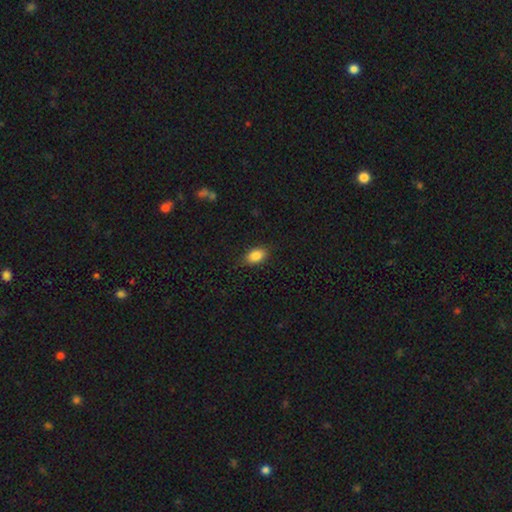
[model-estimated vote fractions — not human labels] Smooth or featured?
  - smooth: 86% *
  - star or artifact: 8%
  - featured or disk: 6%
How rounded?
  - in between: 88% *
  - round: 9%
  - cigar-shaped: 3%
Merging?
  - none: 85% *
  - minor disturbance: 12%
  - major disturbance: 3%
  - merger: 1%